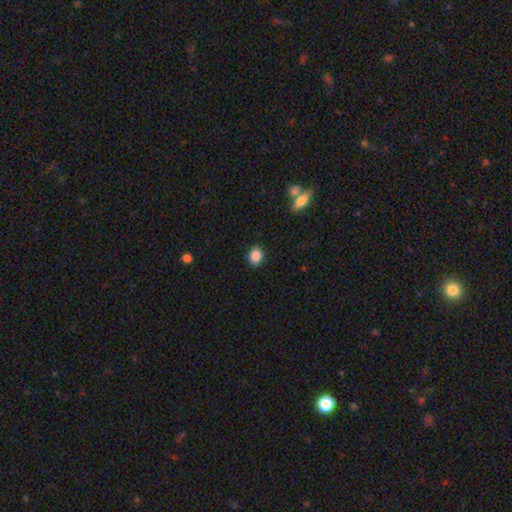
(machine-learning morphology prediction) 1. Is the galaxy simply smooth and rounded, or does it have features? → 88% smooth, 9% star or artifact, 4% featured or disk.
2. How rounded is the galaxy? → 58% in between, 41% round, 1% cigar-shaped.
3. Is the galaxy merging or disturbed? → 88% none, 8% minor disturbance, 2% major disturbance, 1% merger.